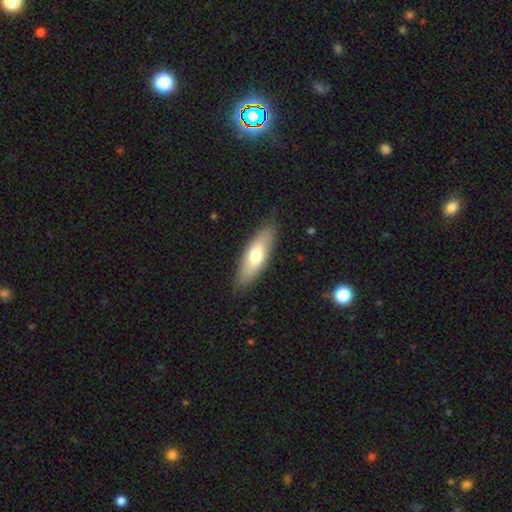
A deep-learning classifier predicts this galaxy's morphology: Smooth or featured? smooth (67%)
How rounded? in between (60%)
Merging? none (86%)